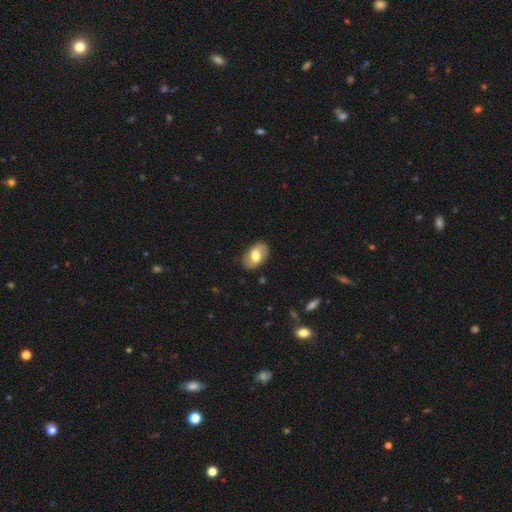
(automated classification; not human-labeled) This is likely a smooth galaxy (64%). How rounded: clearly in between (90%). Merging: clearly none (83%).